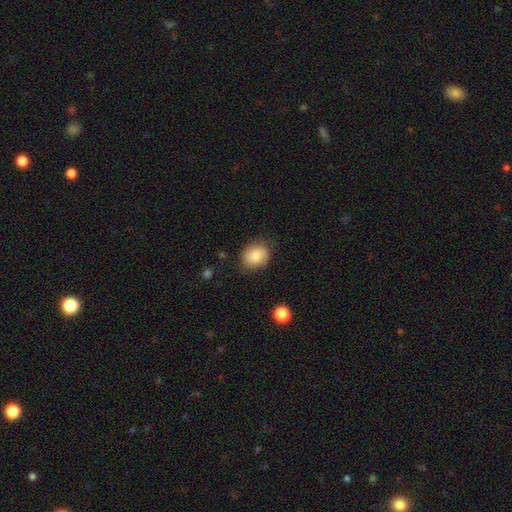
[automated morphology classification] A smooth galaxy with no disk features (81%) that is round (57%). Merging: none (77%).